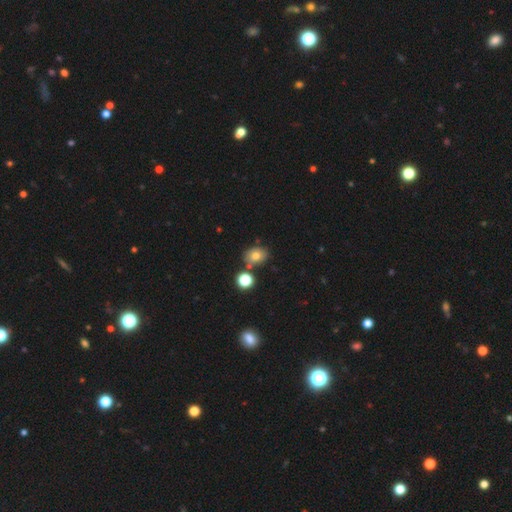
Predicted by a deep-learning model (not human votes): A smooth galaxy with no disk features (75%) that is in between round and cigar-shaped (59%). Merging: none (72%).